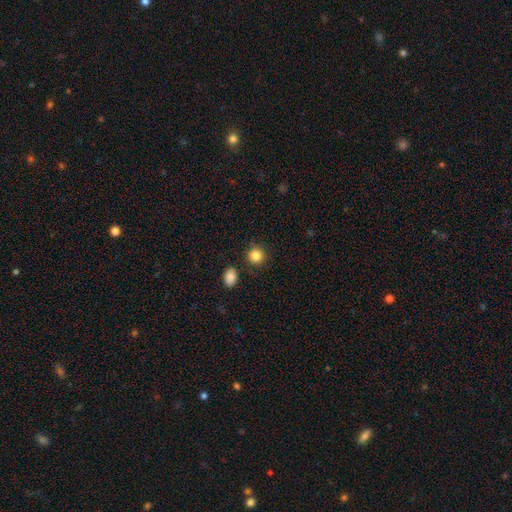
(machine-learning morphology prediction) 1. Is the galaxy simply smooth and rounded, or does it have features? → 86% smooth, 10% star or artifact, 5% featured or disk.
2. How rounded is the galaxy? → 90% round, 9% in between, 1% cigar-shaped.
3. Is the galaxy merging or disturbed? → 85% none, 8% minor disturbance, 4% merger, 3% major disturbance.